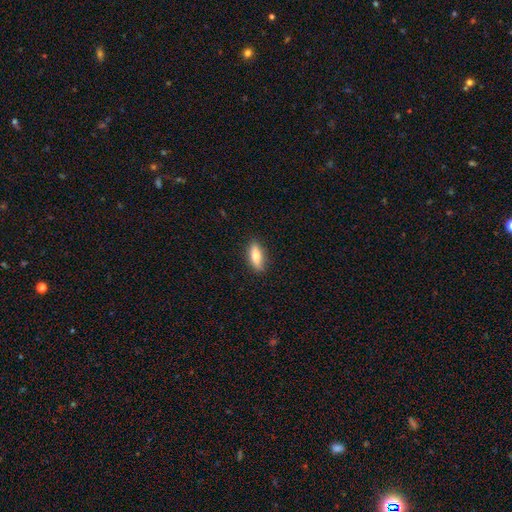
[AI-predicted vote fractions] The model was most divided on "how rounded": in between: 59%, cigar-shaped: 38%, round: 3%. More confident: merging — none (85%); smooth or featured — smooth (70%).